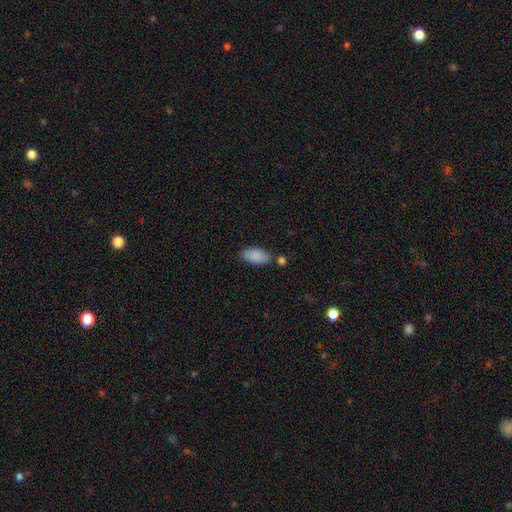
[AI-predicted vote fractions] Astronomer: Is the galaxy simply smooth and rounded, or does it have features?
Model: smooth — 88%.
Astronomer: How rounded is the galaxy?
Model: in between — 91%.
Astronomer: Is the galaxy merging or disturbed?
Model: none — 73%.